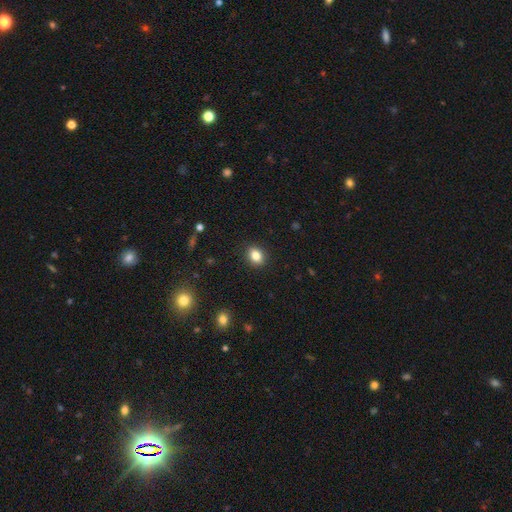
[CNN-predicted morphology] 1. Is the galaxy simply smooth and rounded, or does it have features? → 84% smooth, 10% star or artifact, 6% featured or disk.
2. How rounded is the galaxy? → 60% in between, 38% round, 1% cigar-shaped.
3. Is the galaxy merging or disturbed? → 90% none, 7% minor disturbance, 2% major disturbance, 1% merger.